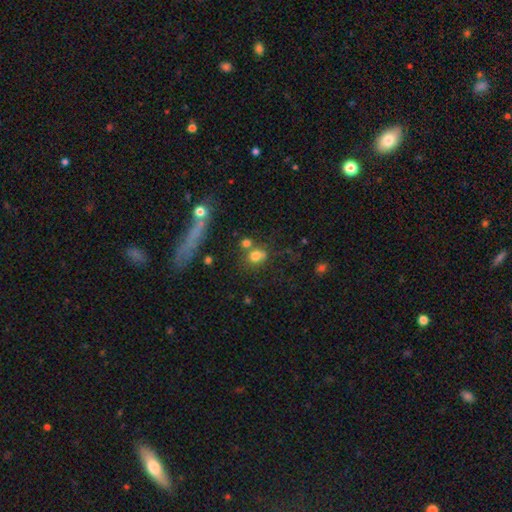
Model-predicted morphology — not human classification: type=smooth (74%); roundness=in between (52%); merging=none (52%).